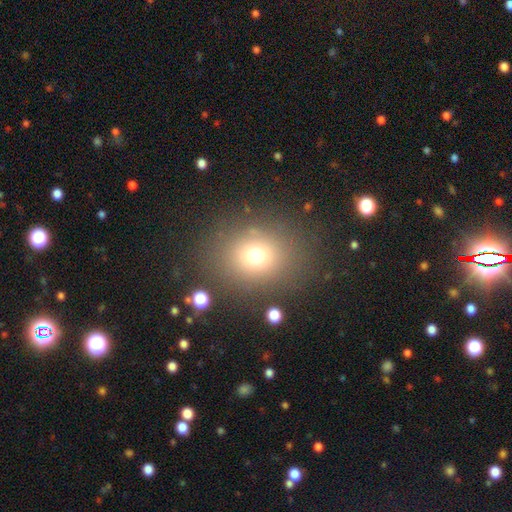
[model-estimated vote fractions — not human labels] A smooth galaxy with no disk features (69%) that is round (61%).

Vote fractions:
- Smooth or featured? smooth: 69% / star or artifact: 18% / featured or disk: 12%
- How rounded? round: 61% / in between: 38% / cigar-shaped: 1%
- Merging? none: 80% / minor disturbance: 10% / major disturbance: 7% / merger: 3%